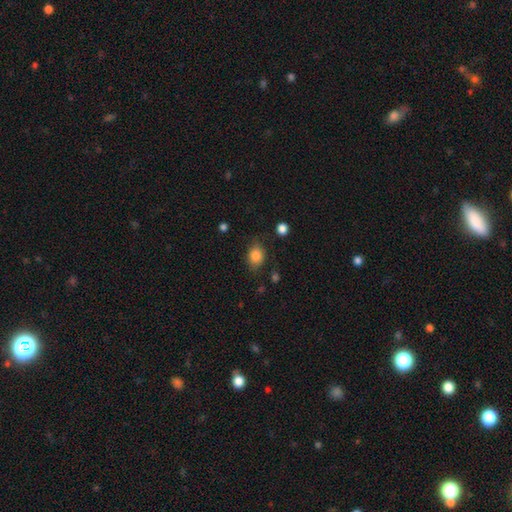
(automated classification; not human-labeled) This is clearly a smooth galaxy (84%). How rounded: possibly in between (56%). Merging: likely none (74%).